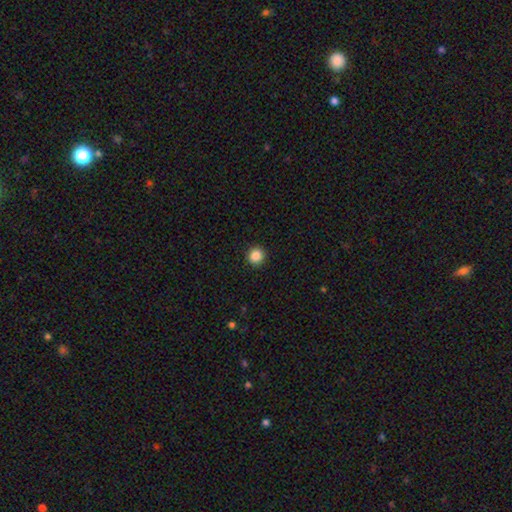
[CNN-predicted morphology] Smooth or featured?
  - smooth: 87% *
  - star or artifact: 10%
  - featured or disk: 3%
How rounded?
  - round: 94% *
  - in between: 5%
  - cigar-shaped: 1%
Merging?
  - none: 93% *
  - minor disturbance: 5%
  - major disturbance: 2%
  - merger: 1%